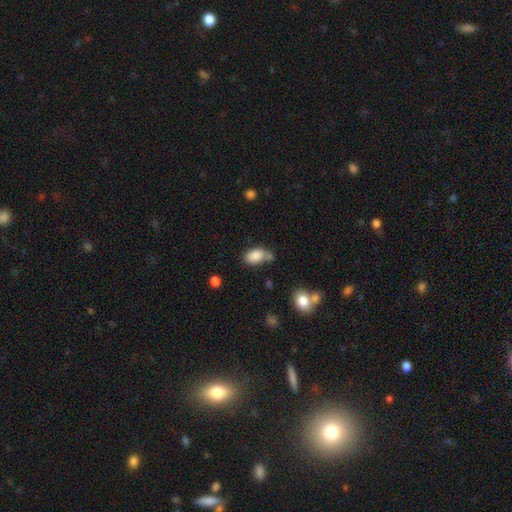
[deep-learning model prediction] Q: Smooth or featured?
A: smooth (84%); runner-up: star or artifact (9%)
Q: How rounded?
A: in between (88%); runner-up: round (11%)
Q: Merging?
A: none (48%); runner-up: minor disturbance (23%)